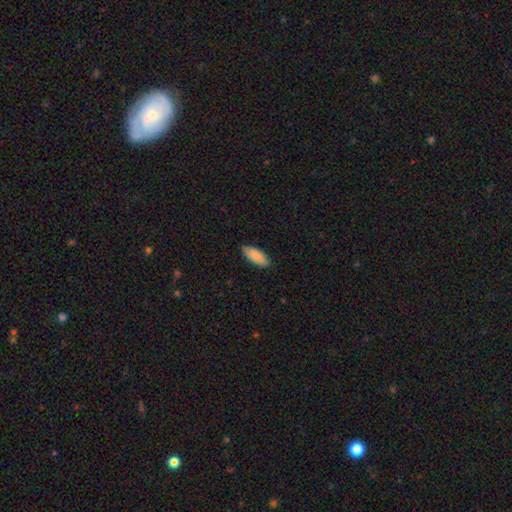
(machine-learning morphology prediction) type=smooth (87%); roundness=in between (81%); merging=none (81%).